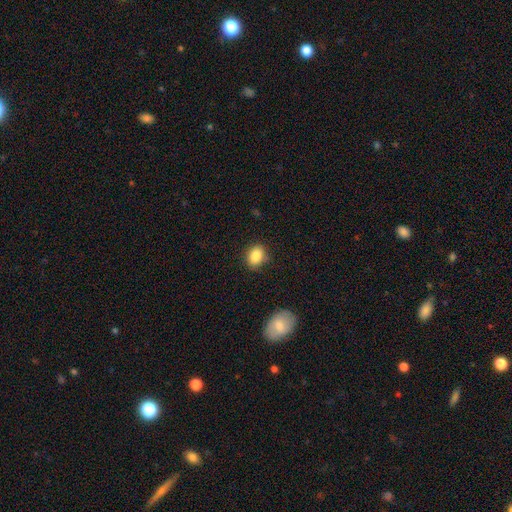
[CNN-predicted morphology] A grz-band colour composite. It shows a smooth galaxy with no disk features (86%) that is in between round and cigar-shaped (55%). Merging: none (82%).